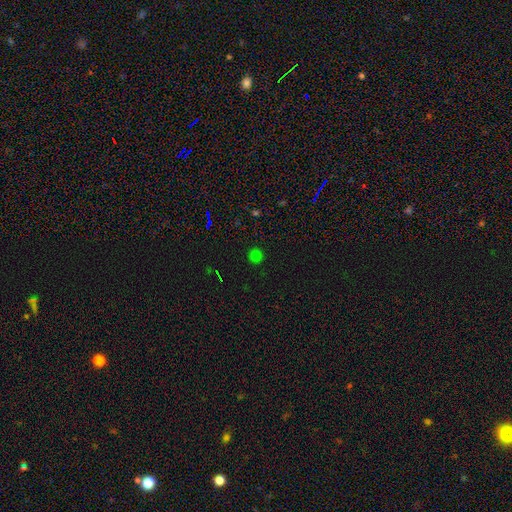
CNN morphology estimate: Overall: smooth (74%). How rounded: round (94%). Merging: none (91%).